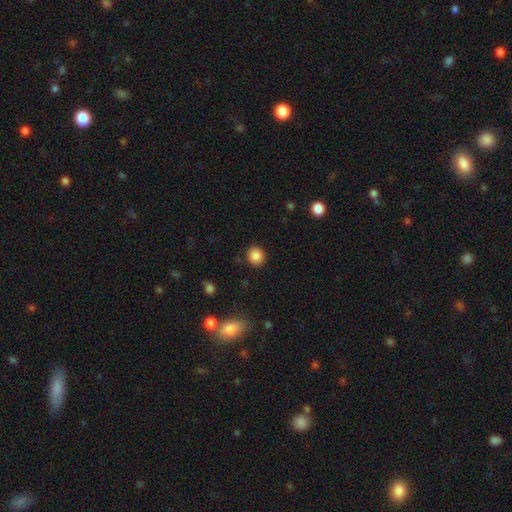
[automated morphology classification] A smooth galaxy with no disk features (87%) that is round (85%). Merging: none (90%).